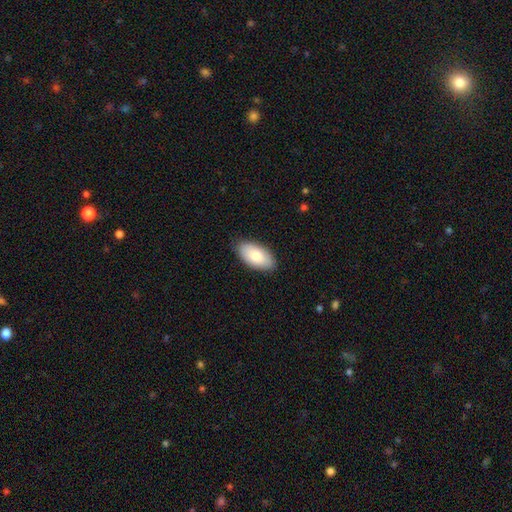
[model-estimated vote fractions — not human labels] The model was most divided on "smooth or featured": smooth: 80%, featured or disk: 14%, star or artifact: 6%. More confident: how rounded — in between (95%); merging — none (86%).